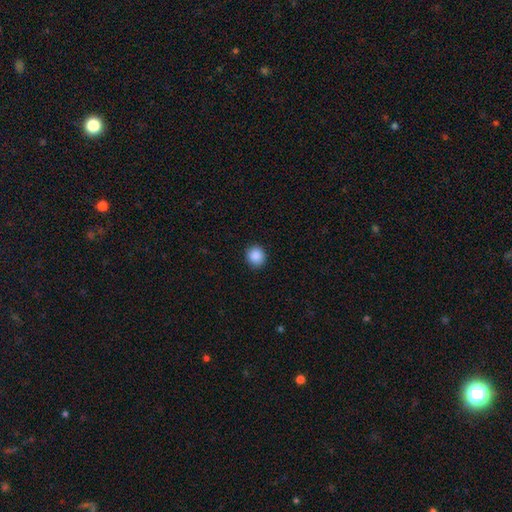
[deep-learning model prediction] Morphology: type=smooth (89%); roundness=round (88%); merging=none (91%).